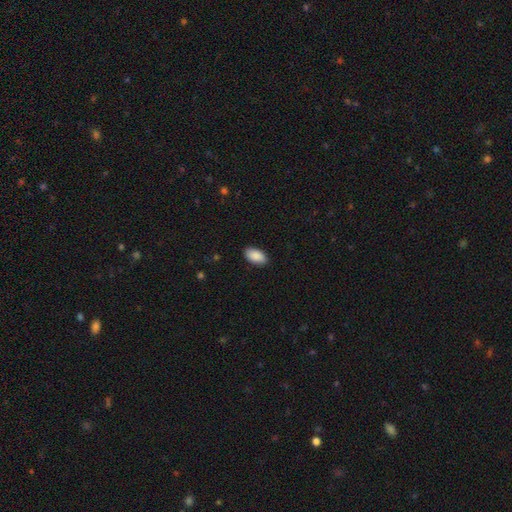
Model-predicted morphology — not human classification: type=smooth (90%); roundness=in between (95%); merging=none (88%).